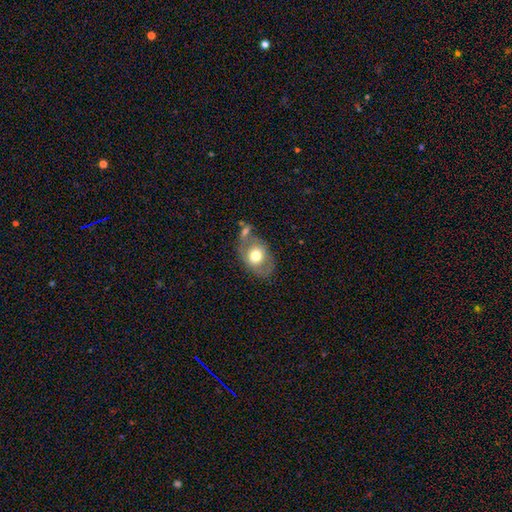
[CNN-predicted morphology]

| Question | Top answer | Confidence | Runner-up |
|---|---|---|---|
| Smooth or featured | smooth | 59% | featured or disk (34%) |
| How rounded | in between | 71% | round (28%) |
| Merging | none | 53% | minor disturbance (20%) |